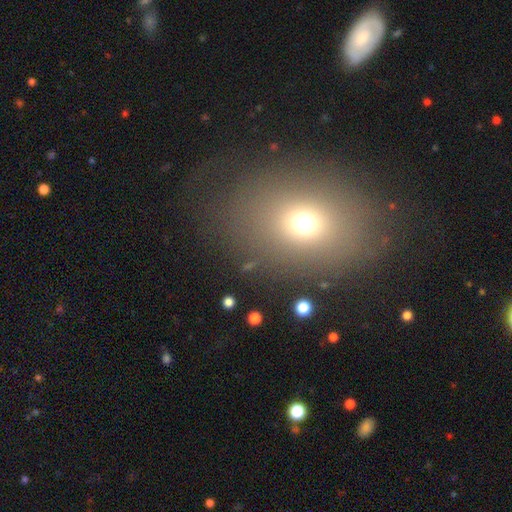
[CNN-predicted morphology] smooth-or-featured: smooth: 66% | star or artifact: 20% | featured or disk: 14%
  how-rounded: in between: 60% | round: 39% | cigar-shaped: 1%
  merging: none: 80% | minor disturbance: 11% | major disturbance: 6% | merger: 3%